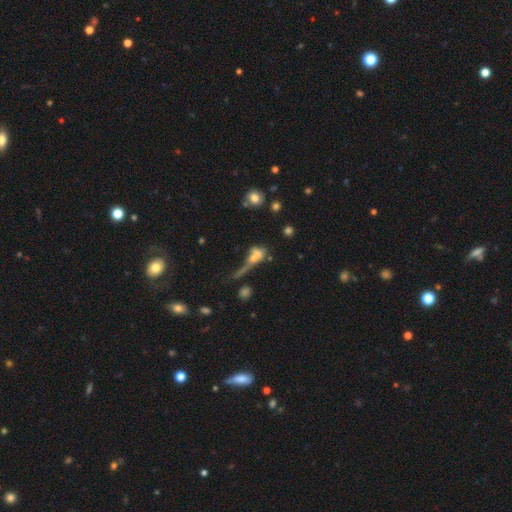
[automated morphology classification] smooth_or_featured: smooth (p=0.51) [alt: featured or disk p=0.33]
how_rounded: in between (p=0.43) [alt: round p=0.32]
merging: merger (p=0.46) [alt: none p=0.24]